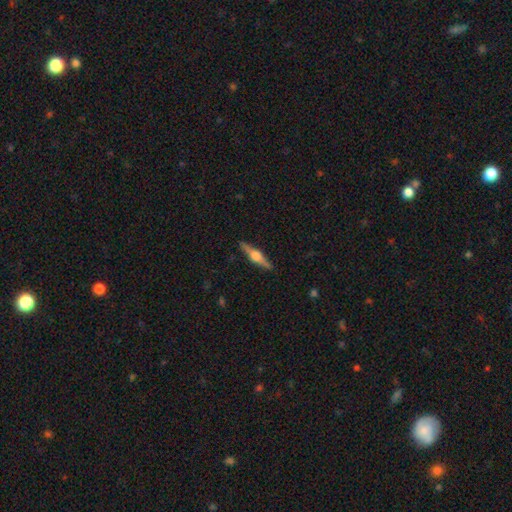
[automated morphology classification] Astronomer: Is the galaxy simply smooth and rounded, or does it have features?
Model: featured or disk — 76%.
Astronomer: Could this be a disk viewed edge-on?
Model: yes — 98%.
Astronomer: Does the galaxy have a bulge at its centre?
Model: rounded — 92%.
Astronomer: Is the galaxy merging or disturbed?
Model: none — 90%.